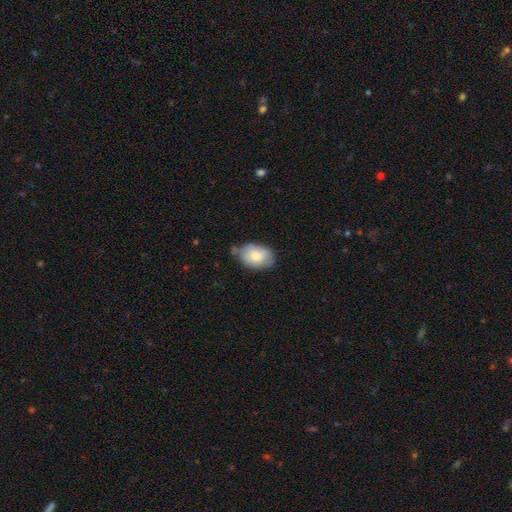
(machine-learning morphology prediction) smooth-or-featured: smooth: 77% | featured or disk: 17% | star or artifact: 6%
  how-rounded: in between: 85% | round: 14% | cigar-shaped: 1%
  merging: none: 63% | minor disturbance: 27% | major disturbance: 5% | merger: 5%